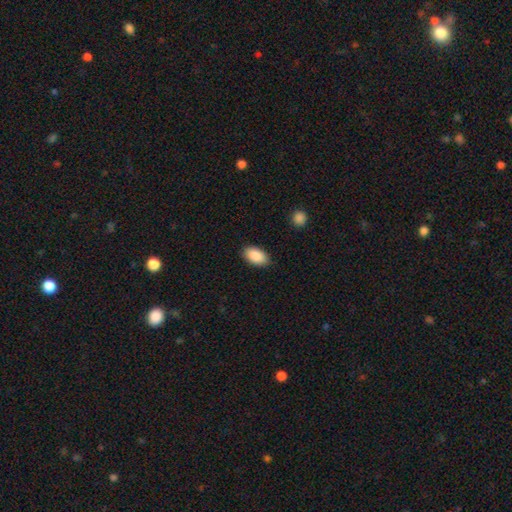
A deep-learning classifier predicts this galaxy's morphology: This appears to be a smooth galaxy with no disk features (89%) that is in between round and cigar-shaped (94%). Merging: none (87%).